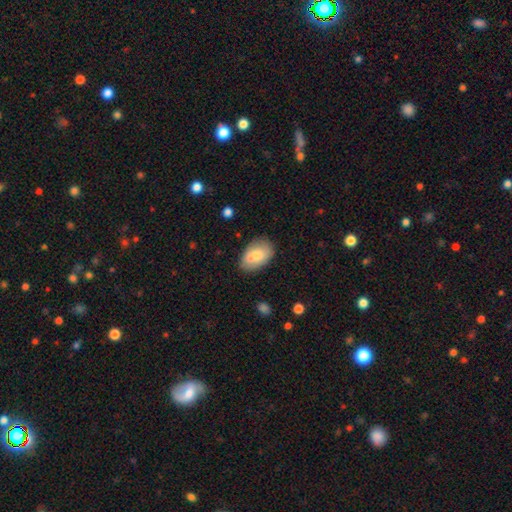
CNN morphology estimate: This appears to be a smooth galaxy with no disk features (72%) that is in between round and cigar-shaped (91%). Merging: none (61%).